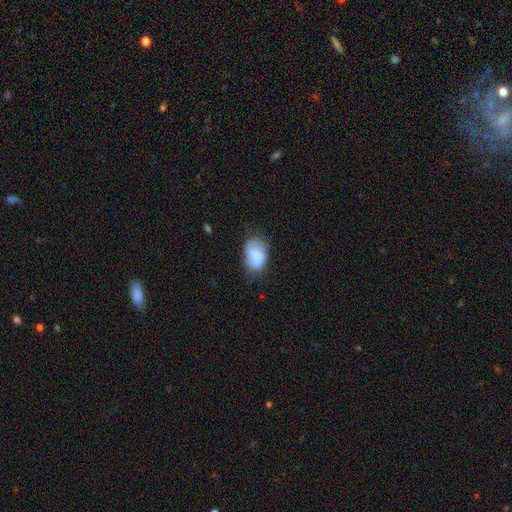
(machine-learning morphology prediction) Smooth or featured?
  - smooth: 76% *
  - featured or disk: 16%
  - star or artifact: 8%
How rounded?
  - in between: 84% *
  - round: 14%
  - cigar-shaped: 1%
Merging?
  - none: 58% *
  - minor disturbance: 30%
  - major disturbance: 9%
  - merger: 3%